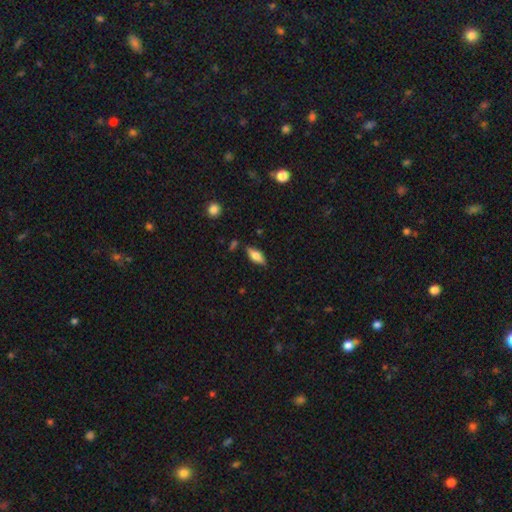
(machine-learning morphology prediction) A smooth galaxy with no disk features (66%) that is in between round and cigar-shaped (77%). Merging: none (81%).